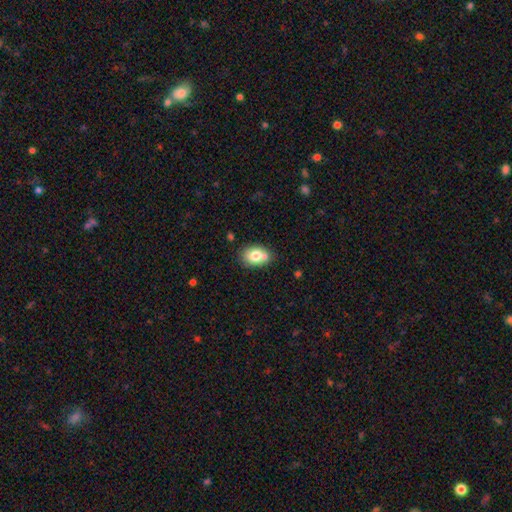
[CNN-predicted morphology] Q: Smooth or featured?
A: smooth (75%); runner-up: featured or disk (16%)
Q: How rounded?
A: in between (72%); runner-up: round (27%)
Q: Merging?
A: none (57%); runner-up: merger (23%)